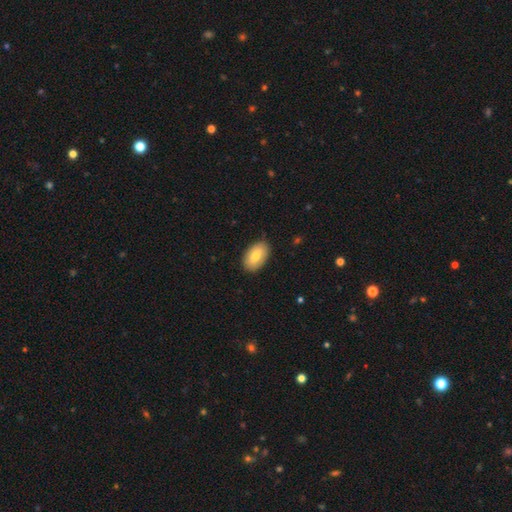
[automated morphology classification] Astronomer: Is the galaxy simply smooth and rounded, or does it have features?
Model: smooth — 73%.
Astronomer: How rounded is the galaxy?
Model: in between — 94%.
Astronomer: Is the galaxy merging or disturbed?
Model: none — 84%.